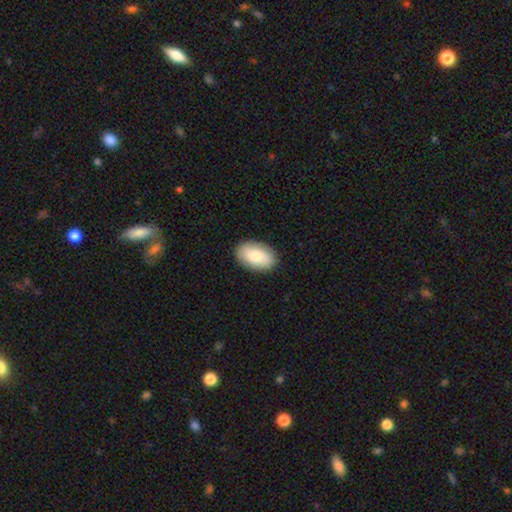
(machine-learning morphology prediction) Smooth or featured: smooth — 76% (featured or disk — 18%)
How rounded: in between — 92% (round — 7%)
Merging: none — 88% (minor disturbance — 9%)